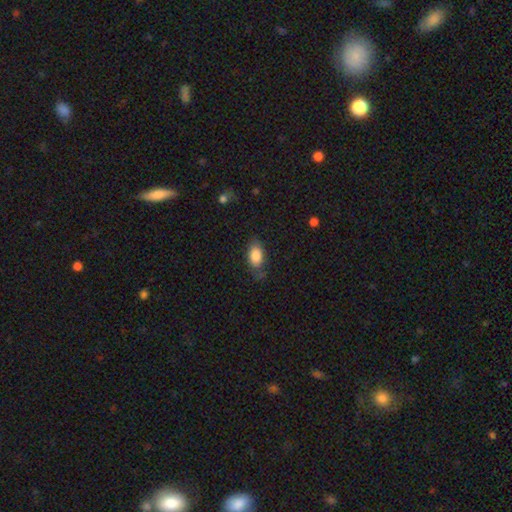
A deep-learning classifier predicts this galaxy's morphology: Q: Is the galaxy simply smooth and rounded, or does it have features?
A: smooth — 84%.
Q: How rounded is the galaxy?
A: in between — 90%.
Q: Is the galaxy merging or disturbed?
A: none — 68%.